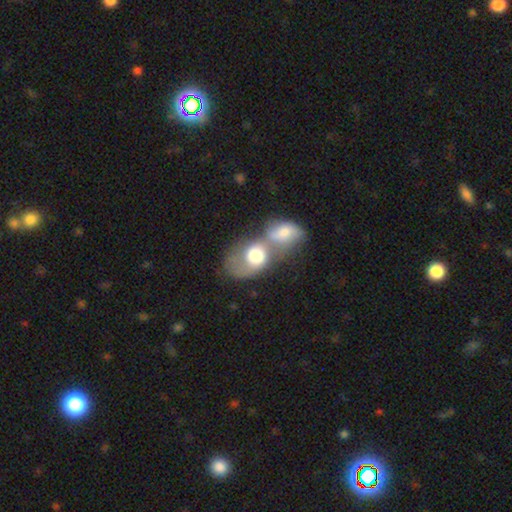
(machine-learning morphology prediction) Smooth or featured? star or artifact (45%)